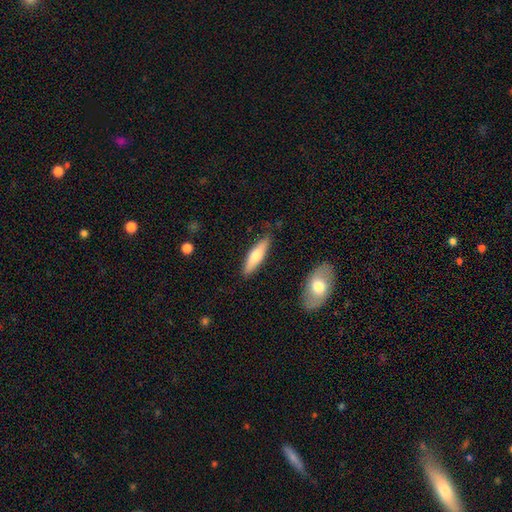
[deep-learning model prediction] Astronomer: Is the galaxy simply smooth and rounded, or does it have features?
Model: smooth — 66%.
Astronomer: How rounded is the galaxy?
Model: cigar-shaped — 66%.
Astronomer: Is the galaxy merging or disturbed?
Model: none — 85%.